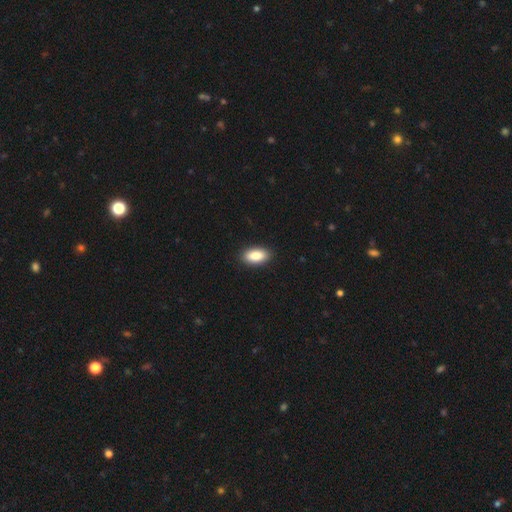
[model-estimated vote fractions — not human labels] smooth-or-featured: smooth: 87% | star or artifact: 7% | featured or disk: 6%
  how-rounded: in between: 92% | cigar-shaped: 5% | round: 3%
  merging: none: 90% | minor disturbance: 7% | major disturbance: 2% | merger: 1%